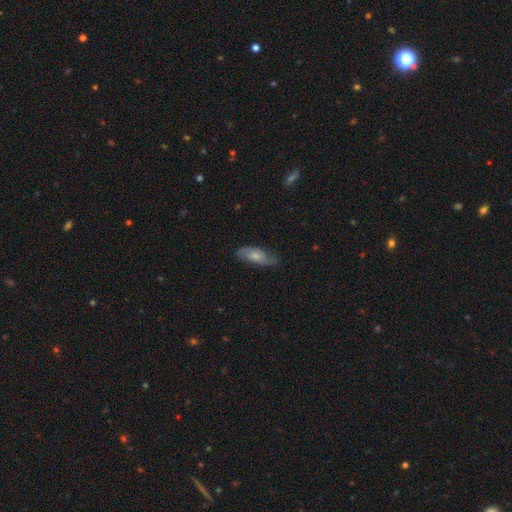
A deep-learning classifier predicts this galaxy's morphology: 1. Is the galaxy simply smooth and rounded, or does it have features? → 56% smooth, 38% featured or disk, 6% star or artifact.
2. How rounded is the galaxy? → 76% in between, 21% cigar-shaped, 3% round.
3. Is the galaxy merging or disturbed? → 68% none, 24% minor disturbance, 6% major disturbance, 1% merger.